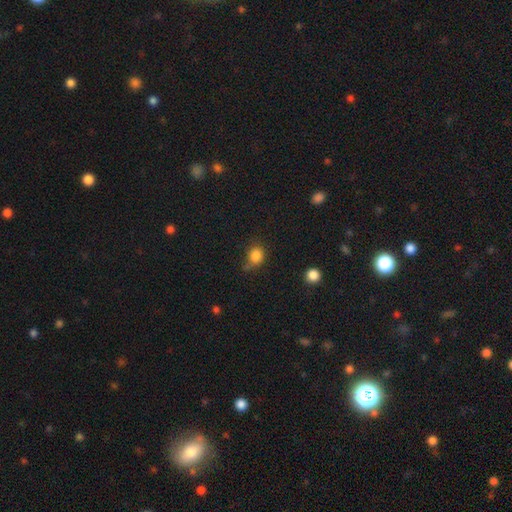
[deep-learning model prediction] smooth-or-featured: smooth: 84% | star or artifact: 11% | featured or disk: 5%
  how-rounded: round: 59% | in between: 39% | cigar-shaped: 1%
  merging: none: 62% | minor disturbance: 24% | major disturbance: 7% | merger: 7%